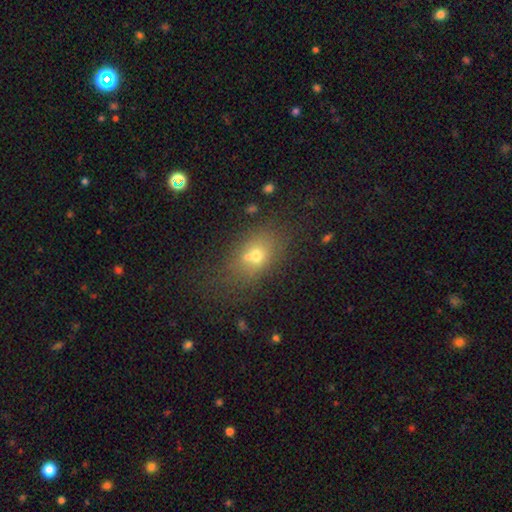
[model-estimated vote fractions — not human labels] Smooth or featured? Predicted: smooth (p=0.63). How rounded? Predicted: in between (p=0.62). Merging? Predicted: none (p=0.46).